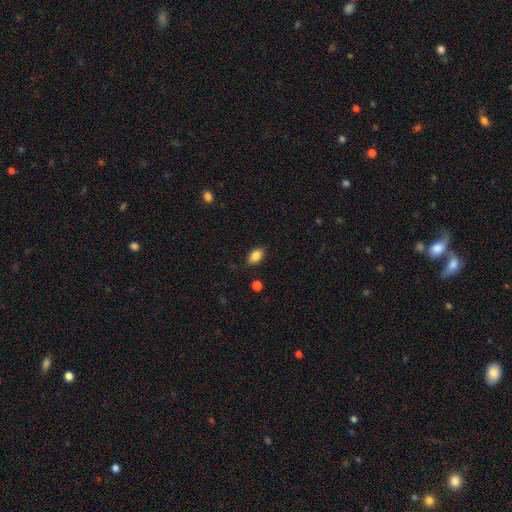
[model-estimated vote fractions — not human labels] The model was most divided on "merging": none: 85%, minor disturbance: 11%, major disturbance: 3%, merger: 2%. More confident: how rounded — in between (89%); smooth or featured — smooth (86%).